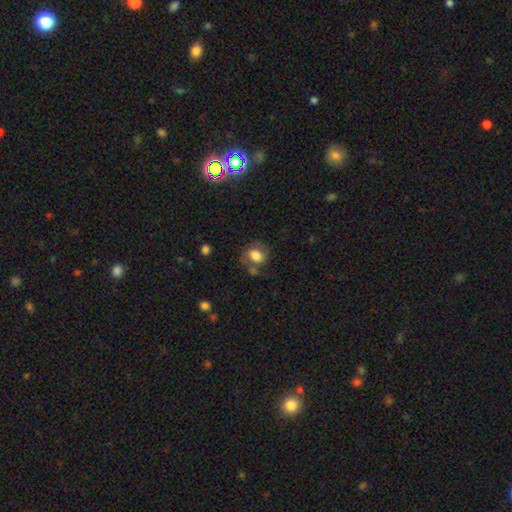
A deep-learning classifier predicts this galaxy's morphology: A smooth galaxy with no disk features (71%) that is round (56%).

Vote fractions:
- Smooth or featured? smooth: 71% / featured or disk: 20% / star or artifact: 9%
- How rounded? round: 56% / in between: 43% / cigar-shaped: 1%
- Merging? none: 54% / minor disturbance: 22% / major disturbance: 13% / merger: 11%